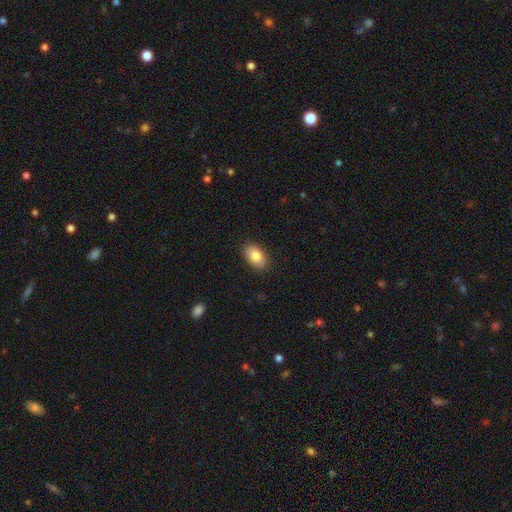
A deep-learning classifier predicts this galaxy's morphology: Overall: smooth (84%). How rounded: in between (91%). Merging: none (88%).